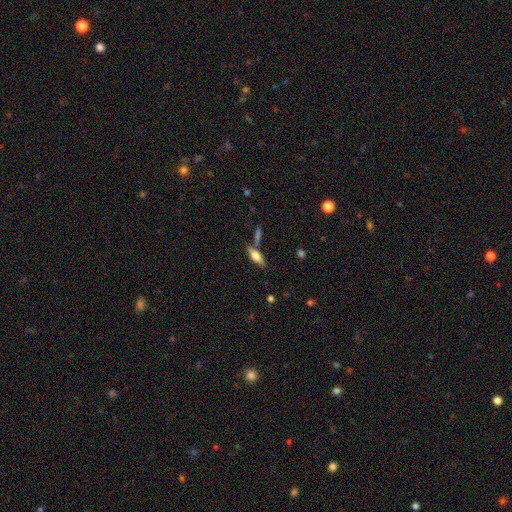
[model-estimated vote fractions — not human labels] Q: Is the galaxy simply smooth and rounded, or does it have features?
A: smooth — 54%.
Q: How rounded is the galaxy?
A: in between — 52%.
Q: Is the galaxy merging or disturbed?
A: none — 68%.